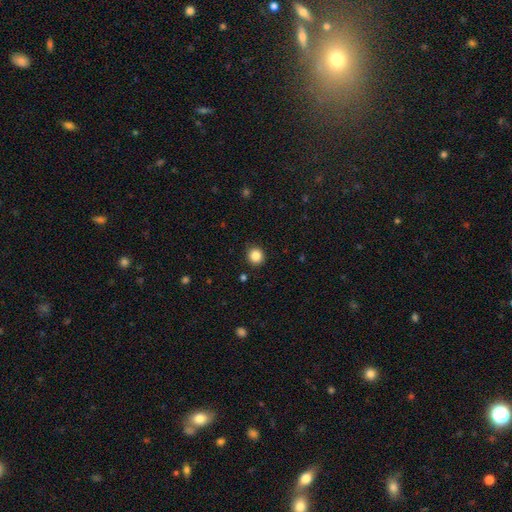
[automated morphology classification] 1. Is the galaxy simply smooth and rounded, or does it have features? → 85% smooth, 11% star or artifact, 4% featured or disk.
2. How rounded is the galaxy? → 91% round, 8% in between, 1% cigar-shaped.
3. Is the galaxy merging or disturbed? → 91% none, 6% minor disturbance, 2% major disturbance, 1% merger.